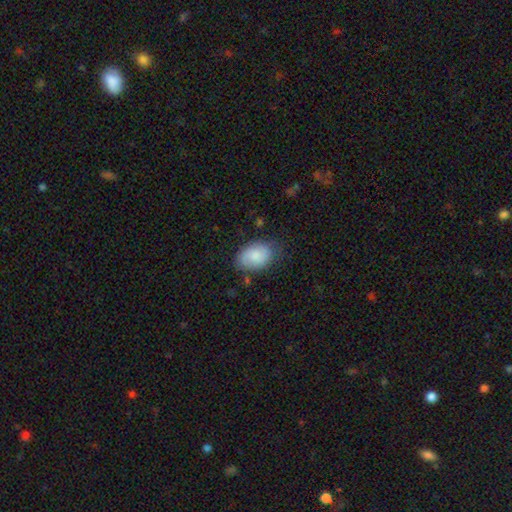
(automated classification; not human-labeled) A smooth galaxy with no disk features (77%) that is in between round and cigar-shaped (85%).

Vote fractions:
- Smooth or featured? smooth: 77% / featured or disk: 16% / star or artifact: 7%
- How rounded? in between: 85% / round: 14% / cigar-shaped: 1%
- Merging? none: 71% / minor disturbance: 22% / major disturbance: 5% / merger: 2%